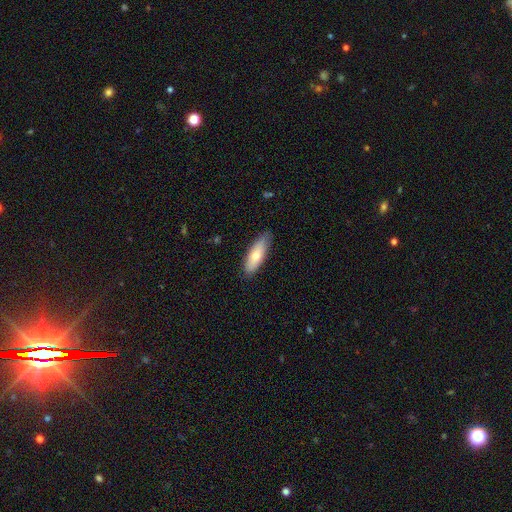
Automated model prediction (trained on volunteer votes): smooth_or_featured: smooth (p=0.69) [alt: featured or disk p=0.25]
how_rounded: in between (p=0.60) [alt: cigar-shaped p=0.38]
merging: none (p=0.81) [alt: minor disturbance p=0.15]